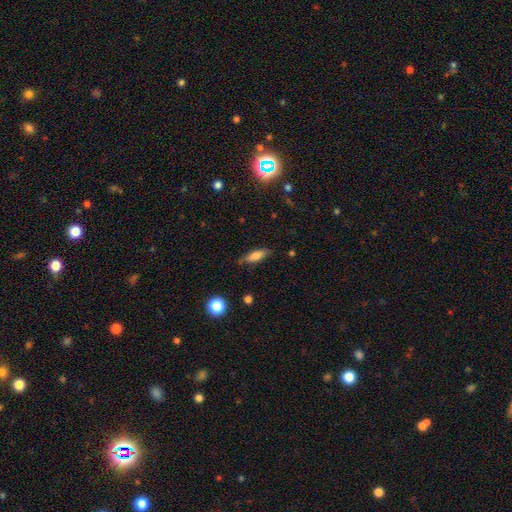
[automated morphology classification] This is likely a smooth galaxy (73%). How rounded: possibly in between (57%). Merging: likely none (77%).